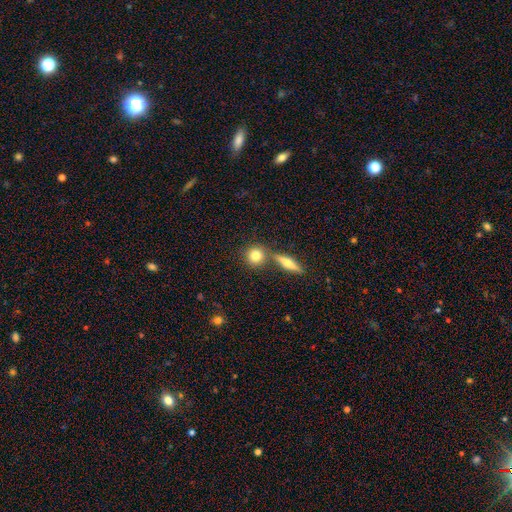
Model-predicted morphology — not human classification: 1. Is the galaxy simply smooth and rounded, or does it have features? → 78% smooth, 13% featured or disk, 9% star or artifact.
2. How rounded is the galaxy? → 86% round, 10% in between, 3% cigar-shaped.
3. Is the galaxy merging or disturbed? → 72% none, 18% merger, 8% minor disturbance, 3% major disturbance.